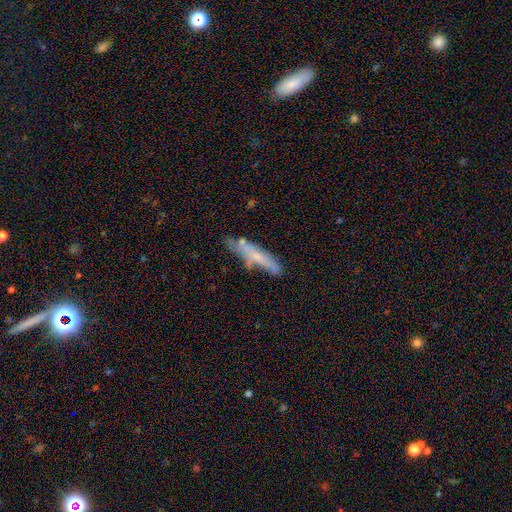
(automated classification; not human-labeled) smooth-or-featured: smooth: 52% | featured or disk: 41% | star or artifact: 7%
  how-rounded: cigar-shaped: 85% | in between: 14% | round: 2%
  merging: none: 59% | minor disturbance: 26% | major disturbance: 8% | merger: 7%